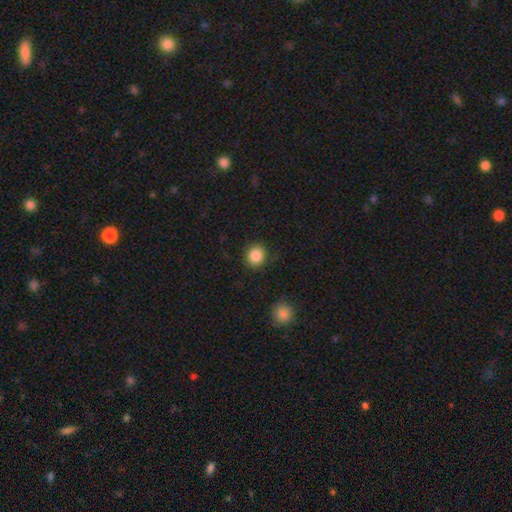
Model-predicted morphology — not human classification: smooth-or-featured: smooth: 87% | star or artifact: 9% | featured or disk: 4%
  how-rounded: round: 82% | in between: 17% | cigar-shaped: 1%
  merging: none: 88% | minor disturbance: 8% | major disturbance: 3% | merger: 1%